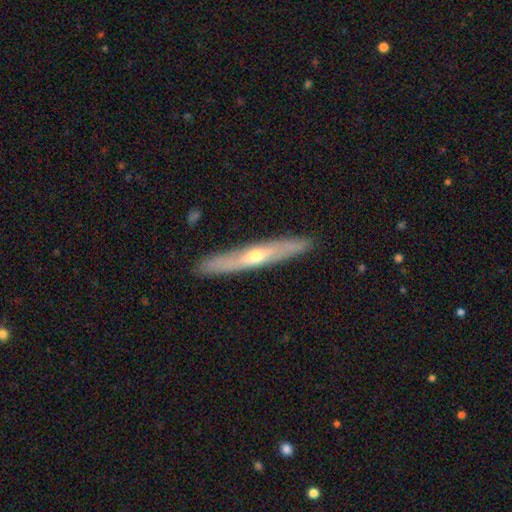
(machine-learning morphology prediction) smooth-or-featured: featured or disk: 66% | smooth: 28% | star or artifact: 6%
  disk-edge-on: yes: 85% | no: 15%
    edge-on-bulge: rounded: 78% | none: 20% | boxy: 2%
  merging: none: 90% | minor disturbance: 8% | major disturbance: 1% | merger: 1%